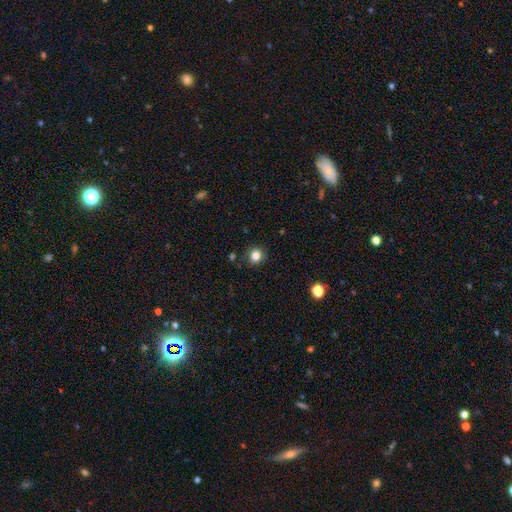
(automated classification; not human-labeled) Morphology: type=smooth (82%); roundness=round (83%); merging=none (87%).